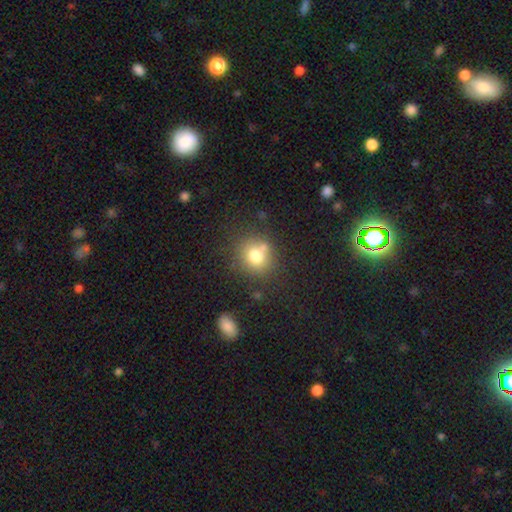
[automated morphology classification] Smooth or featured: smooth — 75% (star or artifact — 13%)
How rounded: round — 81% (in between — 18%)
Merging: none — 69% (merger — 14%)